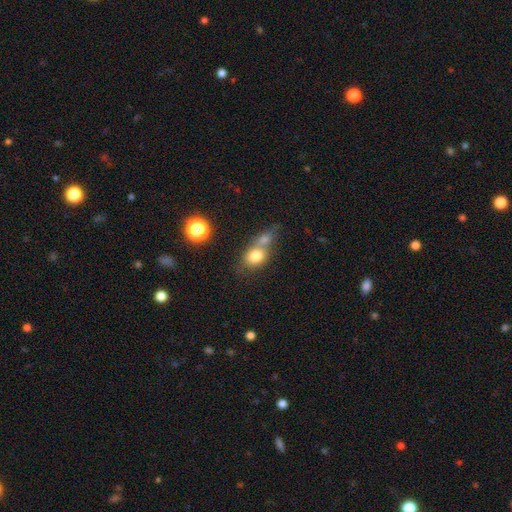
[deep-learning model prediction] smooth 77%, featured or disk 13%, star or artifact 10%. Down the decision tree: how rounded — round (51%); merging — merger (57%).